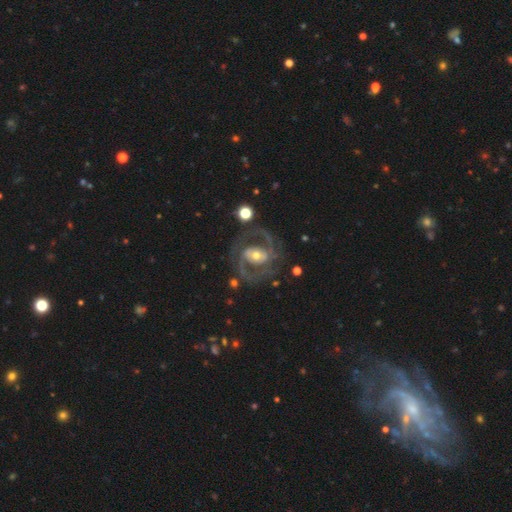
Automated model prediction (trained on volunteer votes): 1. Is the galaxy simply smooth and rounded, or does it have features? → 89% featured or disk, 7% smooth, 5% star or artifact.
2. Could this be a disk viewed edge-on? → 97% no, 3% yes.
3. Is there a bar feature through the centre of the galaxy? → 39% no, 36% weak, 25% strong.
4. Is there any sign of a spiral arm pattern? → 93% yes, 7% no.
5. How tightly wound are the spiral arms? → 56% medium, 29% tight, 15% loose.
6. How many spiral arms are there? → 83% 2, 5% 3, 5% can't tell, 2% 1, 2% 4, 2% more than 4.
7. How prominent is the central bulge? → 61% moderate, 29% small, 8% large, 1% none, 1% dominant.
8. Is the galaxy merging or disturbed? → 72% none, 14% minor disturbance, 11% major disturbance, 2% merger.